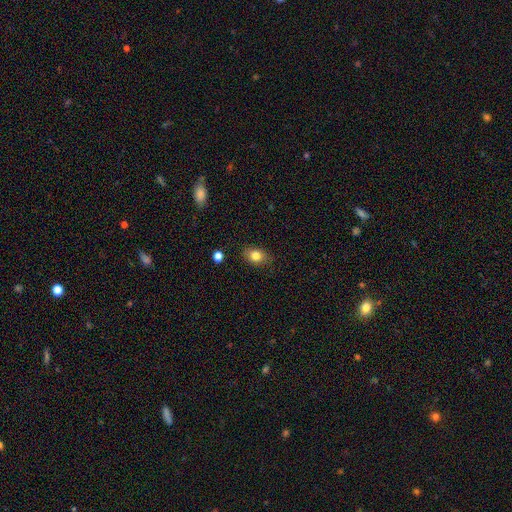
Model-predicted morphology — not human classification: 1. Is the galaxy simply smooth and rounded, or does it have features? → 81% smooth, 10% star or artifact, 9% featured or disk.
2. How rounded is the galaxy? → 65% in between, 33% round, 1% cigar-shaped.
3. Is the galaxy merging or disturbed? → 83% none, 13% minor disturbance, 3% major disturbance, 1% merger.